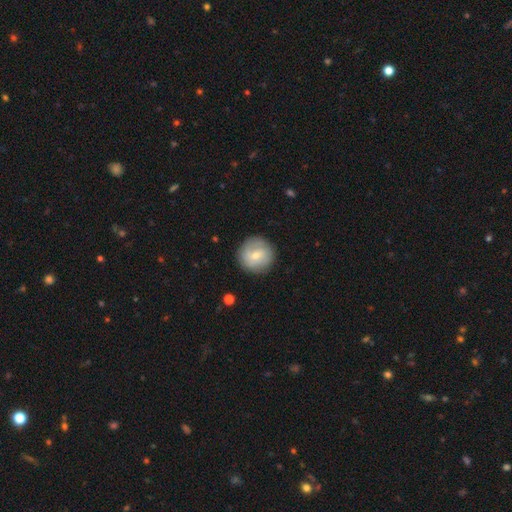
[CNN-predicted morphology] Smooth or featured: smooth — 56% (featured or disk — 37%)
How rounded: round — 94% (in between — 5%)
Merging: none — 85% (minor disturbance — 11%)